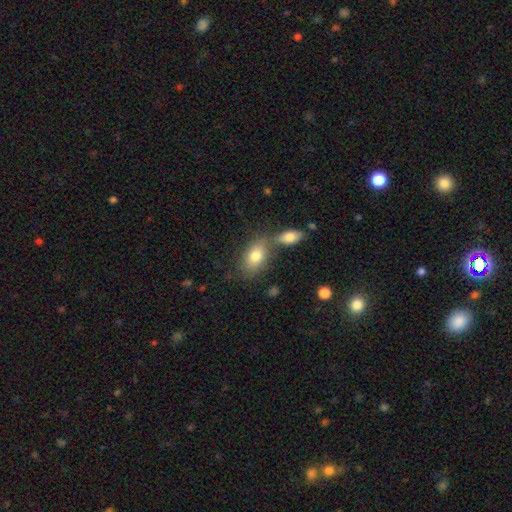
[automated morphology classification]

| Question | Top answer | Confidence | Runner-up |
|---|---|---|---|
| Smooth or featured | smooth | 78% | featured or disk (14%) |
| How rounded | in between | 89% | round (8%) |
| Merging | none | 55% | merger (28%) |